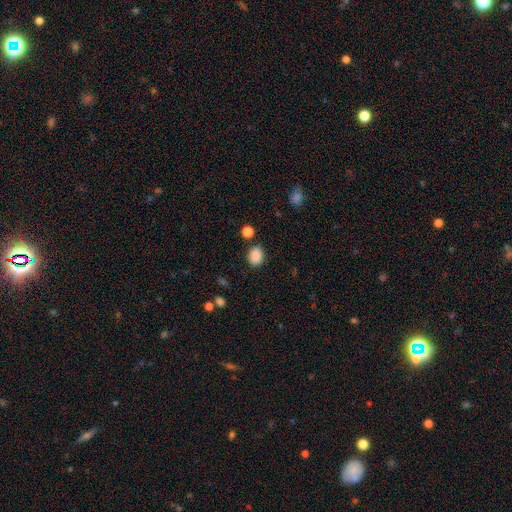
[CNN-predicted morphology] smooth_or_featured: smooth (p=0.87) [alt: star or artifact p=0.09]
how_rounded: in between (p=0.58) [alt: round p=0.41]
merging: none (p=0.81) [alt: minor disturbance p=0.12]